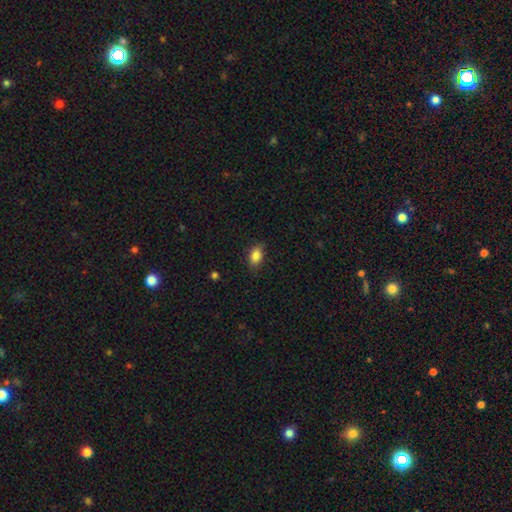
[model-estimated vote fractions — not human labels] A smooth galaxy with no disk features (87%) that is in between round and cigar-shaped (87%).

Vote fractions:
- Smooth or featured? smooth: 87% / star or artifact: 8% / featured or disk: 5%
- How rounded? in between: 87% / round: 11% / cigar-shaped: 2%
- Merging? none: 83% / minor disturbance: 13% / major disturbance: 3% / merger: 1%